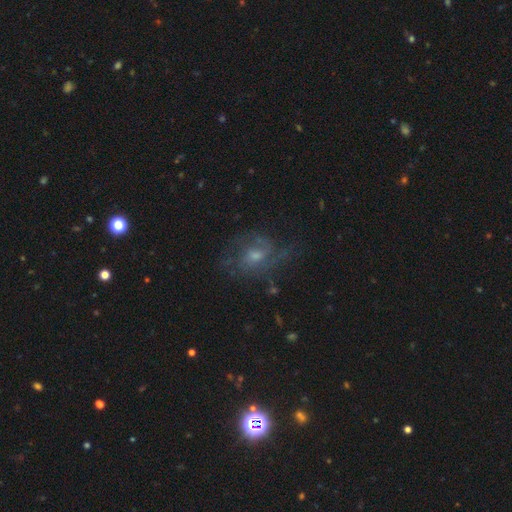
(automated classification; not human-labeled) Morphology: type=featured or disk (67%); edge-on=no (96%); bar=no (59%); spiral arms=yes (81%); winding=medium (47%); arm count=2 (35%); bulge=moderate (50%); merging=none (55%).